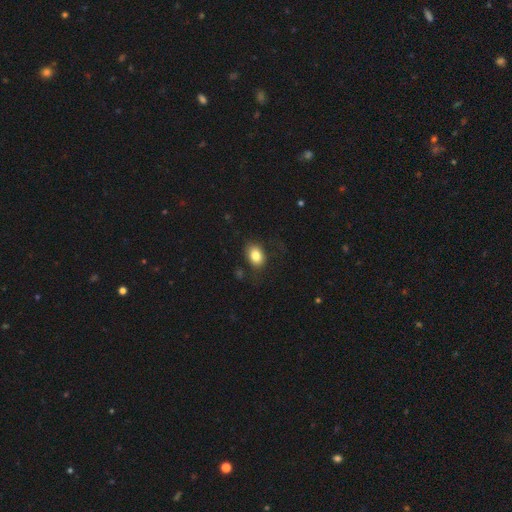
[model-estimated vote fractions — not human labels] This is clearly a smooth galaxy (81%). How rounded: likely in between (69%). Merging: likely none (73%).